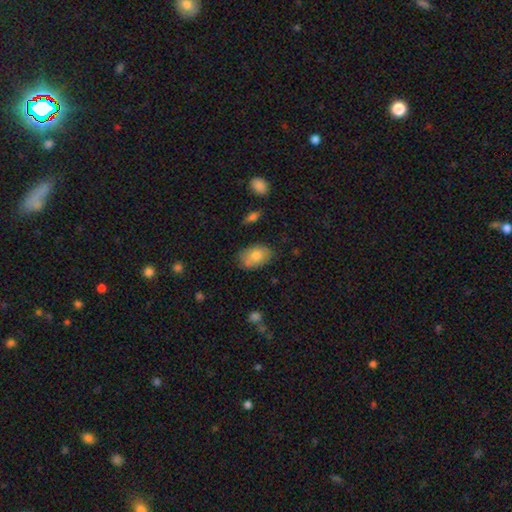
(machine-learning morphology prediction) smooth-or-featured: smooth: 76% | featured or disk: 16% | star or artifact: 7%
  how-rounded: in between: 88% | round: 10% | cigar-shaped: 1%
  merging: none: 73% | minor disturbance: 19% | merger: 4% | major disturbance: 4%